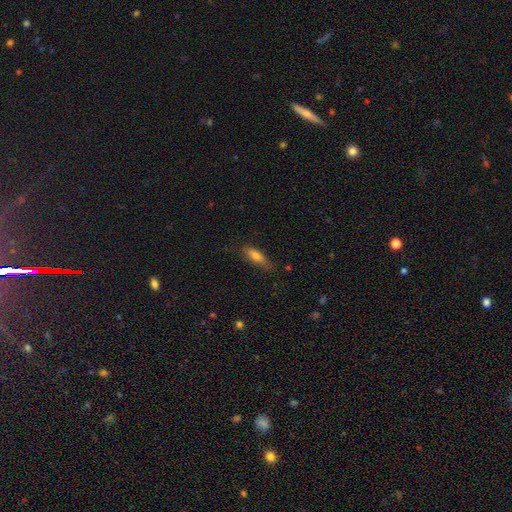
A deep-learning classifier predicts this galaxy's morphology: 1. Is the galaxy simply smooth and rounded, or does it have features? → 75% smooth, 18% featured or disk, 7% star or artifact.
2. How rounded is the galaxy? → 51% cigar-shaped, 47% in between, 2% round.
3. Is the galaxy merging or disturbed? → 72% none, 21% minor disturbance, 5% major disturbance, 2% merger.